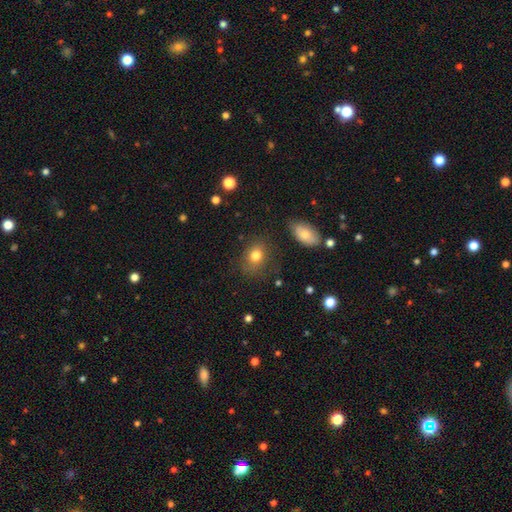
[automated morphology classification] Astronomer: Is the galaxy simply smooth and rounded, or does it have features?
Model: smooth — 79%.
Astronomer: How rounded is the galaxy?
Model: in between — 50% (runner-up: round, 49%).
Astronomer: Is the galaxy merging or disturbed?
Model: none — 74%.